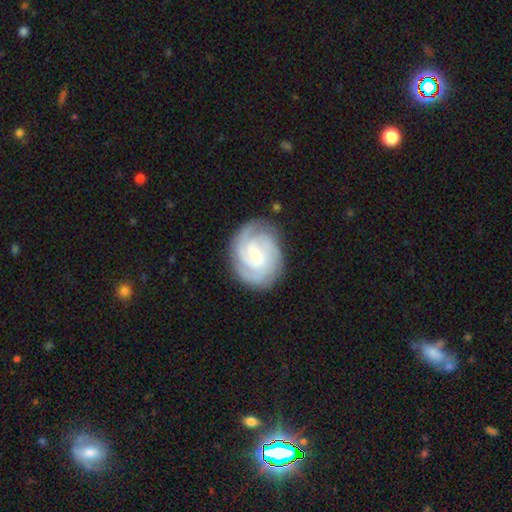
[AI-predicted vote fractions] Morphology: type=featured or disk (87%); edge-on=no (98%); bar=weak (53%); spiral arms=yes (98%); winding=tight (70%); arm count=3 (39%); bulge=small (58%); merging=none (81%).